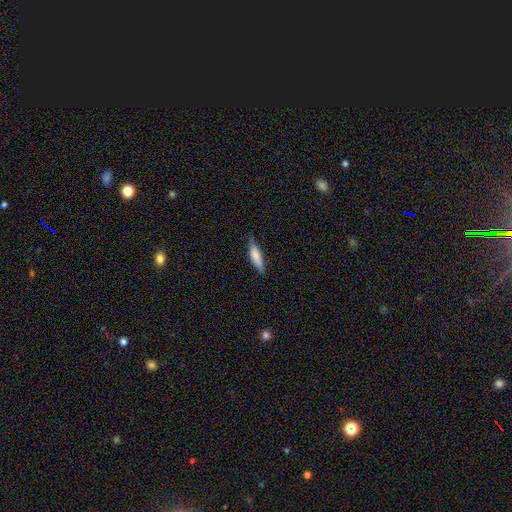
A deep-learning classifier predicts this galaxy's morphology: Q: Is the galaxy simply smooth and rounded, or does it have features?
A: smooth — 79%.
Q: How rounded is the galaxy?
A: cigar-shaped — 59%.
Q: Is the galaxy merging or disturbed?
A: none — 72%.